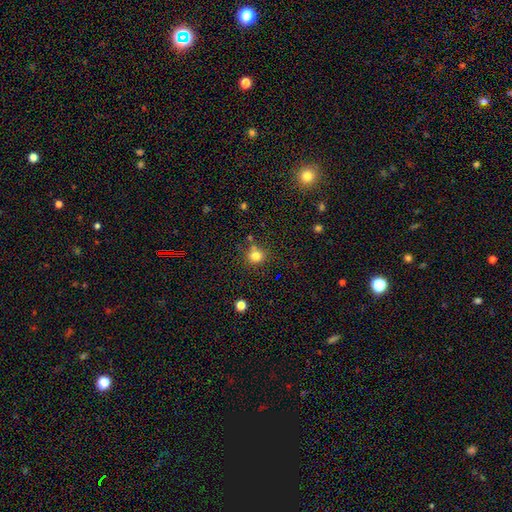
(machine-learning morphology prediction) Overall: smooth (80%). How rounded: round (86%). Merging: none (72%).